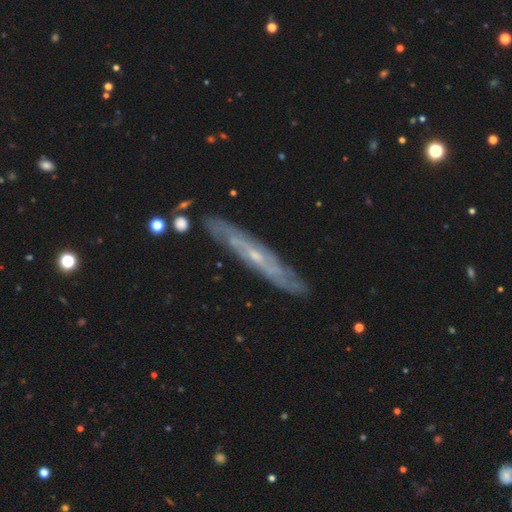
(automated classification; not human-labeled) This appears to be a featured or disk galaxy (77%) viewed edge-on (61%). Merging: none (83%).